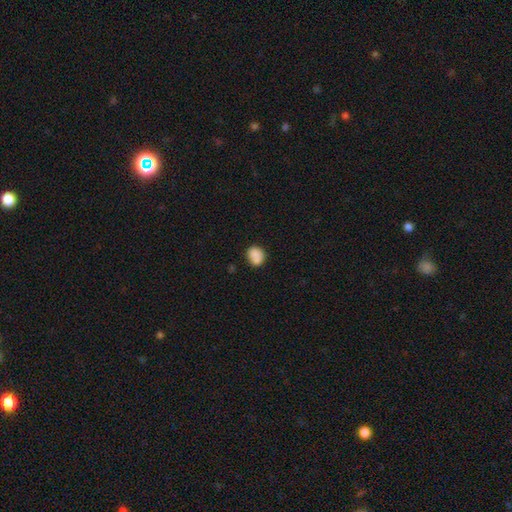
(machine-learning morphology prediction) smooth 84%, star or artifact 9%, featured or disk 6%. Down the decision tree: how rounded — round (62%); merging — none (68%).